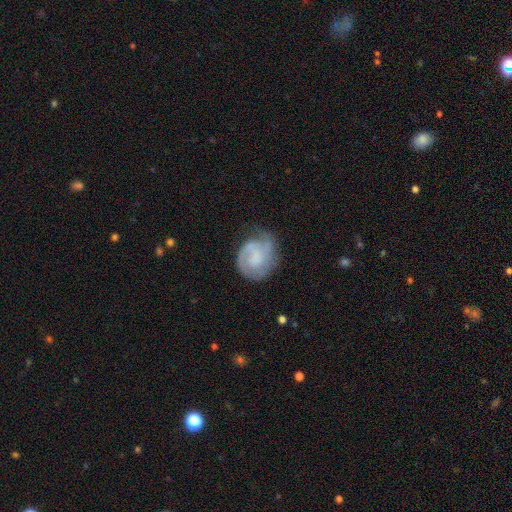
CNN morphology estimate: smooth_or_featured: featured or disk (p=0.63) [alt: smooth p=0.30]
disk_edge_on: no (p=0.98) [alt: yes p=0.02]
bar: no (p=0.61) [alt: weak p=0.33]
has_spiral_arms: yes (p=0.87) [alt: no p=0.13]
spiral_winding: tight (p=0.49) [alt: medium p=0.36]
spiral_arm_count: 2 (p=0.37) [alt: 1 p=0.31]
bulge_size: none (p=0.44) [alt: small p=0.26]
merging: none (p=0.52) [alt: minor disturbance p=0.28]